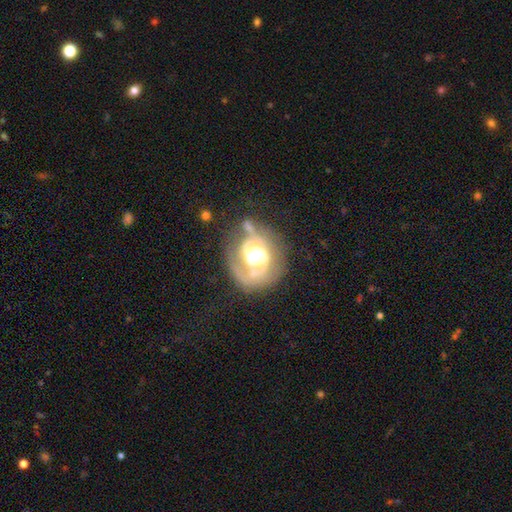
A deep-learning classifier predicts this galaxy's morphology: Overall: featured or disk (85%). Edge-on disk: no (98%). Bar: weak (41%; strong 29%). Spiral arms: yes (94%). Spiral arm count: 2 (81%). Spiral winding: medium (51%; tight 31%). Bulge size: large (43%; moderate 40%). Merging: none (56%; minor disturbance 20%).